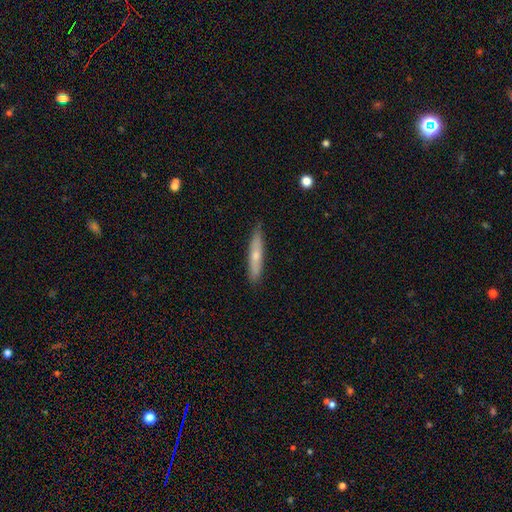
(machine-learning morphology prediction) This is possibly a smooth galaxy (57%). How rounded: clearly cigar-shaped (90%). Merging: clearly none (86%).